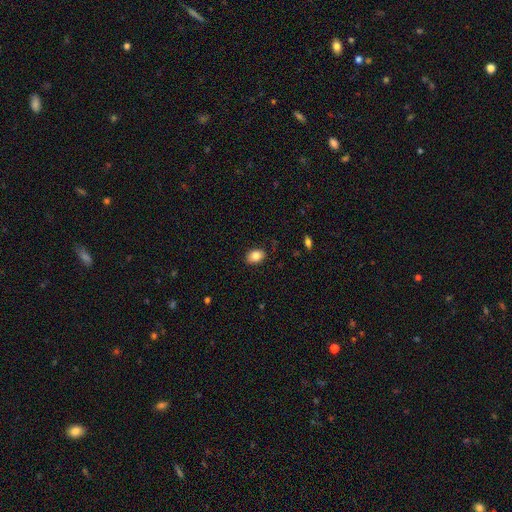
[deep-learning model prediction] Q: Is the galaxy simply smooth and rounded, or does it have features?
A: smooth — 84%.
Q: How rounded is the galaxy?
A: in between — 79%.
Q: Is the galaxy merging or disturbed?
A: none — 84%.